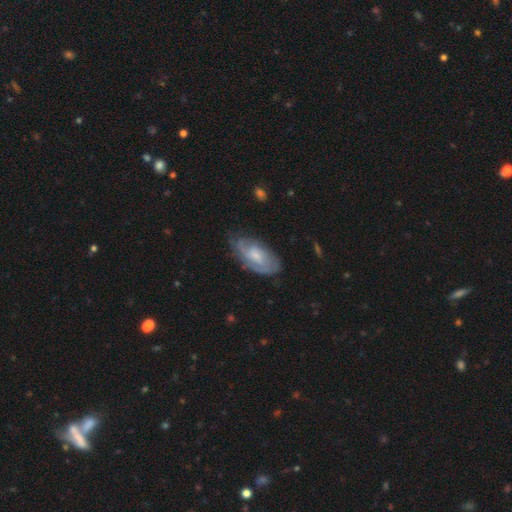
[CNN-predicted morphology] This is likely a featured or disk galaxy (65%). It is clearly not viewed edge-on (93%). Bar: possibly no (57%). Spiral arm pattern: clearly yes (86%). Spiral arm count: marginally can't tell (41%). Spiral winding: possibly tight (51%). Central bulge: possibly small (50%). Merging: likely none (64%).